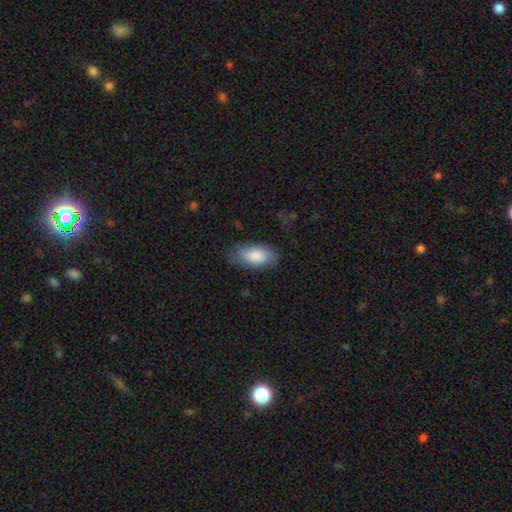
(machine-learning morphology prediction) Smooth or featured: smooth — 80% (featured or disk — 14%)
How rounded: in between — 92% (cigar-shaped — 5%)
Merging: none — 73% (minor disturbance — 20%)